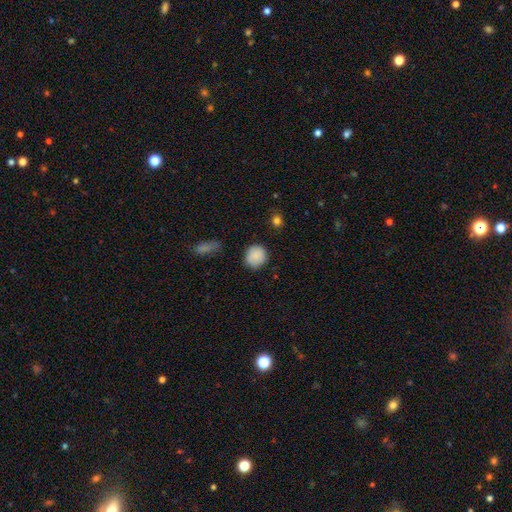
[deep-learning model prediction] Overall: smooth (87%). How rounded: round (84%). Merging: none (82%).